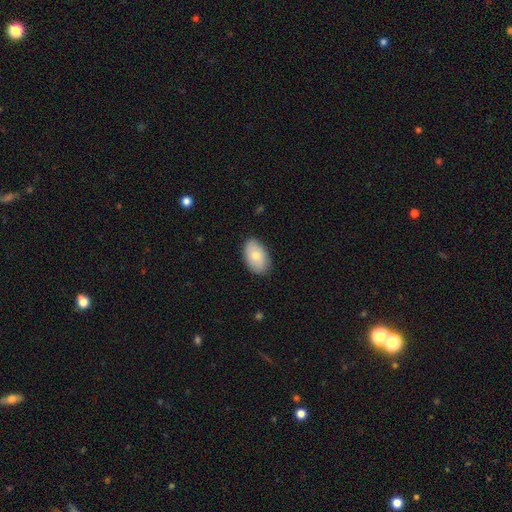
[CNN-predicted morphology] Smooth or featured? Predicted: smooth (p=0.73). How rounded? Predicted: in between (p=0.92). Merging? Predicted: none (p=0.84).